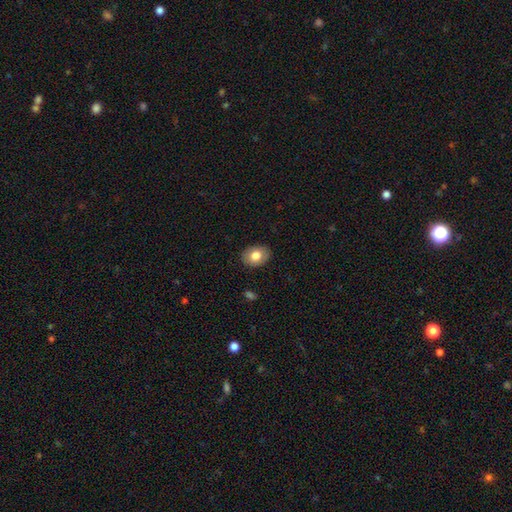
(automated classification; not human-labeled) This is clearly a smooth galaxy (80%). How rounded: likely in between (67%). Merging: clearly none (88%).